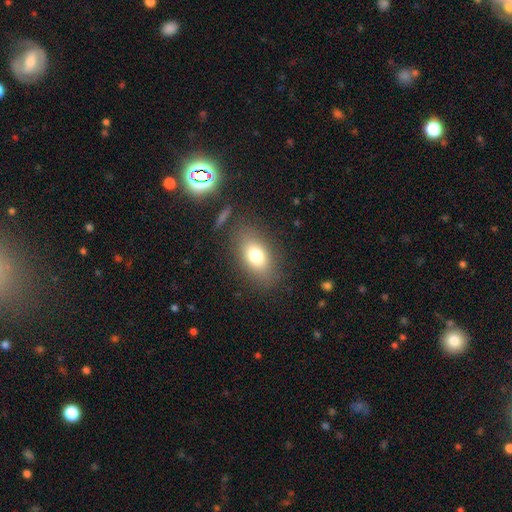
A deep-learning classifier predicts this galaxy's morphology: Overall: smooth (76%). How rounded: in between (83%). Merging: none (80%).